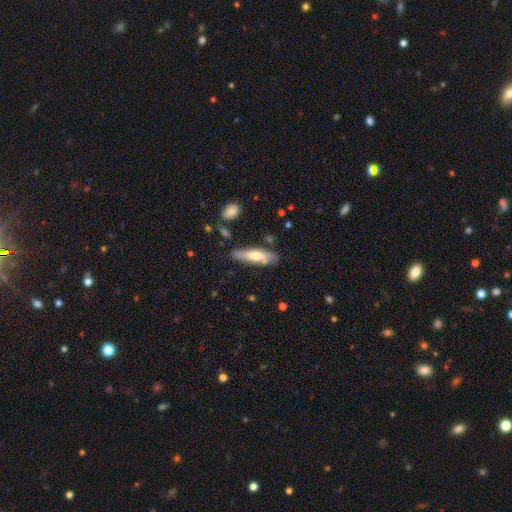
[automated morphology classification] Smooth or featured? Predicted: smooth (p=0.59). How rounded? Predicted: cigar-shaped (p=0.66). Merging? Predicted: none (p=0.78).